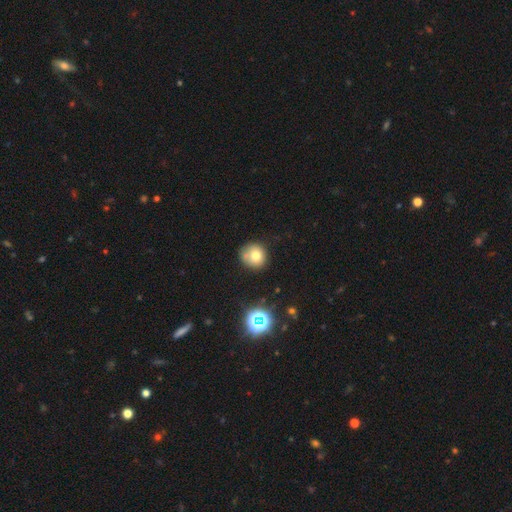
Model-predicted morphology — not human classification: The model was most divided on "merging": none: 69%, minor disturbance: 18%, merger: 8%, major disturbance: 5%. More confident: how rounded — round (89%); smooth or featured — smooth (73%).